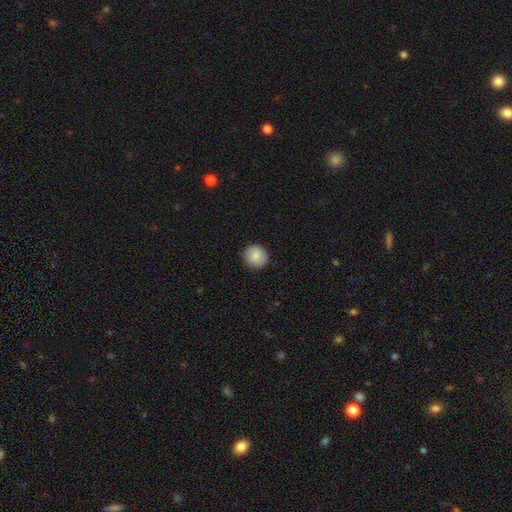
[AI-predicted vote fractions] Smooth or featured?
  - smooth: 87% *
  - star or artifact: 7%
  - featured or disk: 6%
How rounded?
  - round: 91% *
  - in between: 8%
  - cigar-shaped: 1%
Merging?
  - none: 89% *
  - minor disturbance: 8%
  - major disturbance: 2%
  - merger: 1%